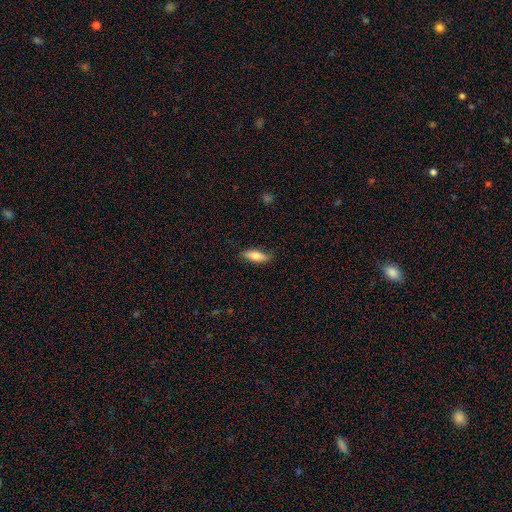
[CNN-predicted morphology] Smooth or featured? smooth (74%)
How rounded? in between (67%)
Merging? none (75%)